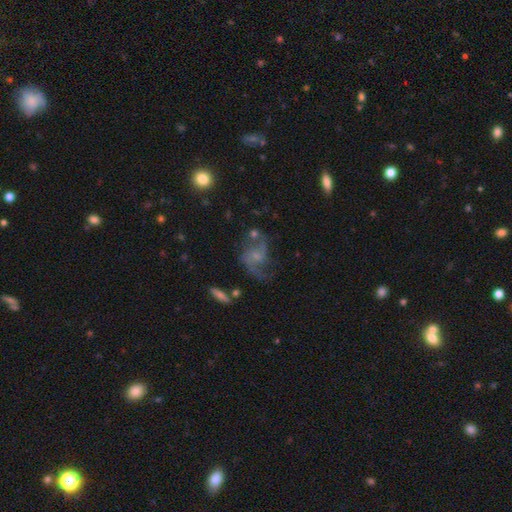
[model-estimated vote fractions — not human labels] Q: Smooth or featured?
A: featured or disk (79%); runner-up: smooth (12%)
Q: Edge-on disk?
A: no (97%); runner-up: yes (3%)
Q: Bar?
A: no (57%); runner-up: weak (36%)
Q: Spiral arms?
A: yes (92%); runner-up: no (8%)
Q: Spiral winding?
A: loose (55%); runner-up: medium (37%)
Q: Spiral arm count?
A: 2 (82%); runner-up: 1 (7%)
Q: Bulge size?
A: small (52%); runner-up: moderate (24%)
Q: Merging?
A: none (54%); runner-up: major disturbance (20%)